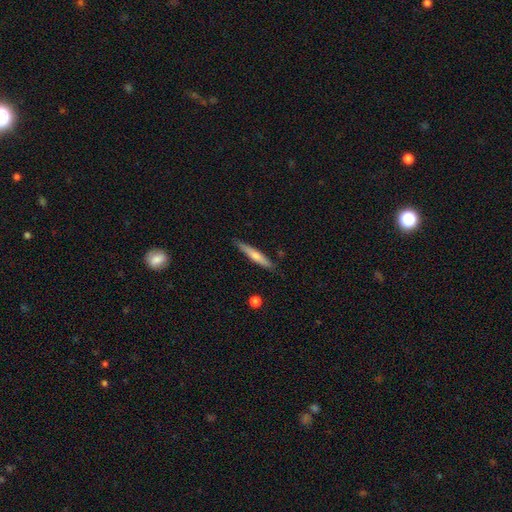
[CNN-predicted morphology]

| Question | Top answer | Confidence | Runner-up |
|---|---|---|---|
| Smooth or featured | smooth | 59% | featured or disk (36%) |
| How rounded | cigar-shaped | 92% | in between (7%) |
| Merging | none | 85% | minor disturbance (11%) |